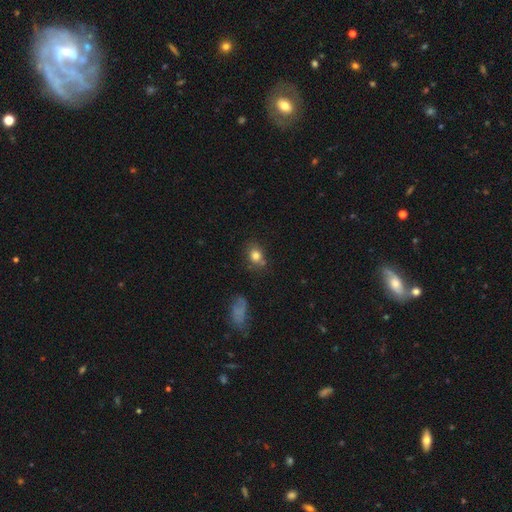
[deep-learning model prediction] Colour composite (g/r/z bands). It shows a smooth galaxy with no disk features (80%) that is round (55%). Merging: none (65%).